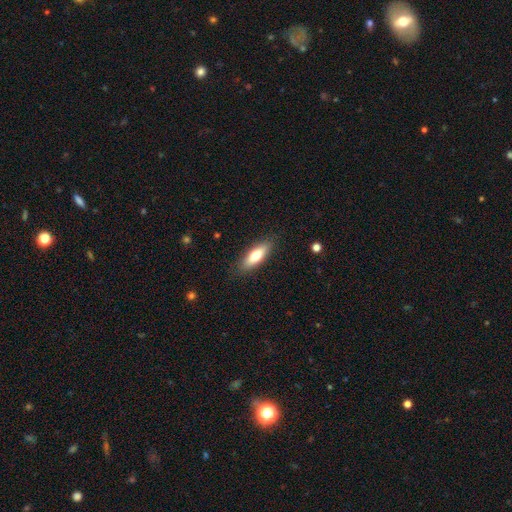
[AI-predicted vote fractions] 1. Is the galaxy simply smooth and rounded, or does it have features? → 72% smooth, 22% featured or disk, 6% star or artifact.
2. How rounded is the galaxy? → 56% in between, 42% cigar-shaped, 2% round.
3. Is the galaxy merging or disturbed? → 87% none, 10% minor disturbance, 2% major disturbance, 1% merger.